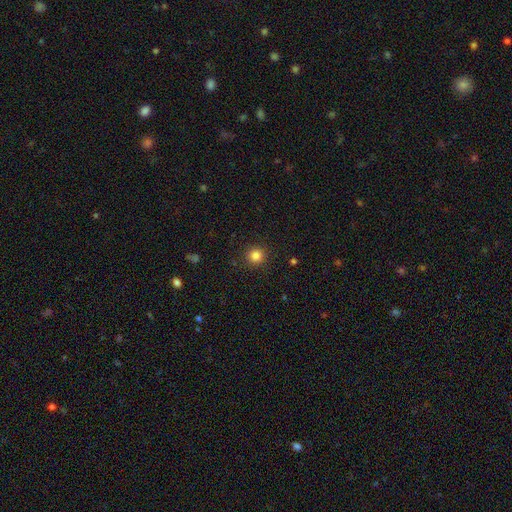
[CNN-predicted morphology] Smooth or featured? Predicted: smooth (p=0.84). How rounded? Predicted: round (p=0.94). Merging? Predicted: none (p=0.91).